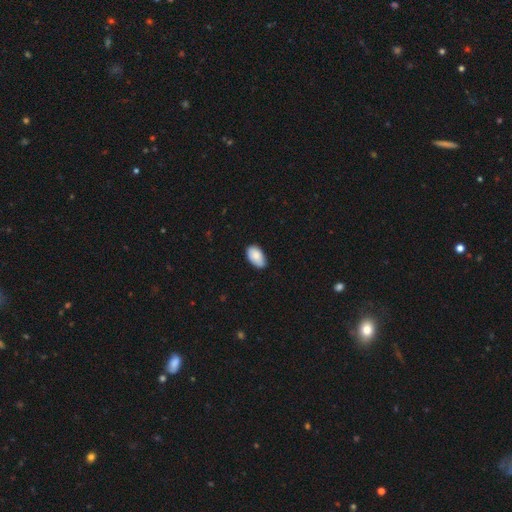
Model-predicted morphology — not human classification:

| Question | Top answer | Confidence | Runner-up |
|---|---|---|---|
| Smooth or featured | smooth | 87% | featured or disk (7%) |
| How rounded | in between | 95% | round (4%) |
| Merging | none | 76% | minor disturbance (21%) |